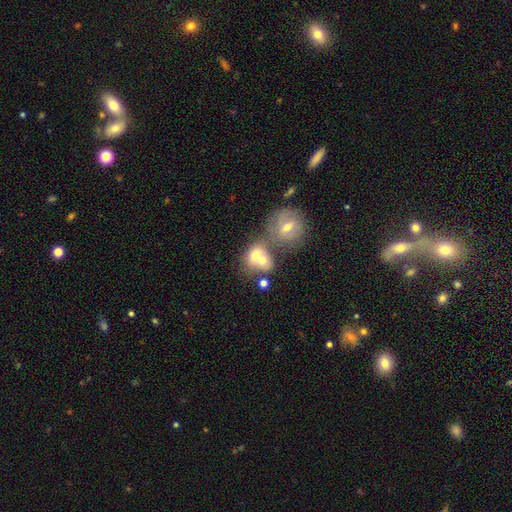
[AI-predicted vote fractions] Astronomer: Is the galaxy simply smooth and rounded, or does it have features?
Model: smooth — 62%.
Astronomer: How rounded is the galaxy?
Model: round — 65%.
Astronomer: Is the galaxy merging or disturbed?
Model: merger — 62%.